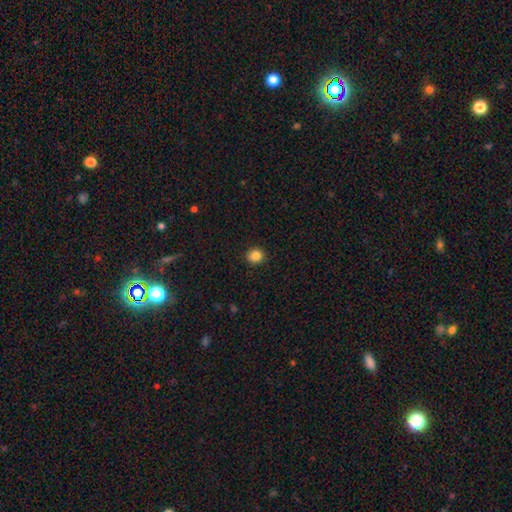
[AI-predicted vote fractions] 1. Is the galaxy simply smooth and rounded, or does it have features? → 85% smooth, 11% star or artifact, 4% featured or disk.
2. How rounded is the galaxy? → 83% round, 16% in between, 1% cigar-shaped.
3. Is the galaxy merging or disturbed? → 91% none, 6% minor disturbance, 2% major disturbance, 1% merger.